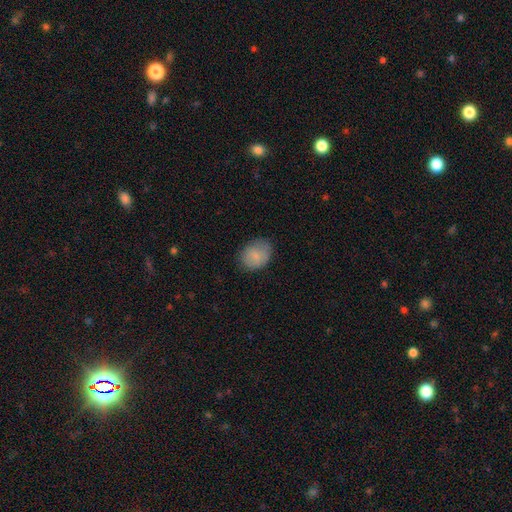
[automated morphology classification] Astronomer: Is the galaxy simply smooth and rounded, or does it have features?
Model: smooth — 83%.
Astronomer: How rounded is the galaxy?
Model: in between — 59% (runner-up: round, 41%).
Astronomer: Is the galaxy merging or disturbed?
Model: none — 76%.